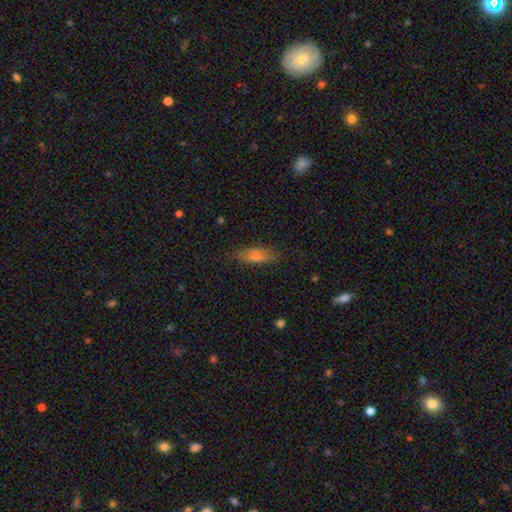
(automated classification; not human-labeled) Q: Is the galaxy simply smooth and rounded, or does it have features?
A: smooth — 67%.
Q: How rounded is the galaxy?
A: cigar-shaped — 51%.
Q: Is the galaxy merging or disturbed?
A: none — 83%.